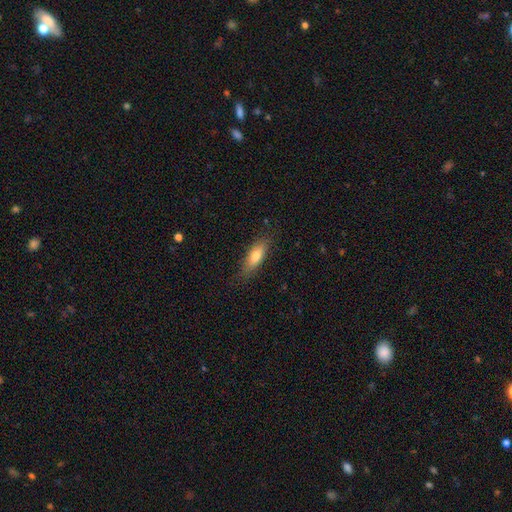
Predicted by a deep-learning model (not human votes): Smooth or featured: smooth — 75% (featured or disk — 19%)
How rounded: in between — 62% (cigar-shaped — 36%)
Merging: none — 79% (minor disturbance — 16%)